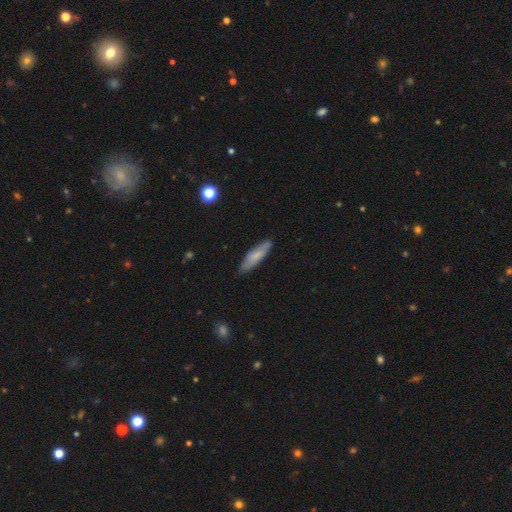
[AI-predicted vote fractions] Smooth or featured? Predicted: smooth (p=0.71). How rounded? Predicted: cigar-shaped (p=0.68). Merging? Predicted: none (p=0.81).